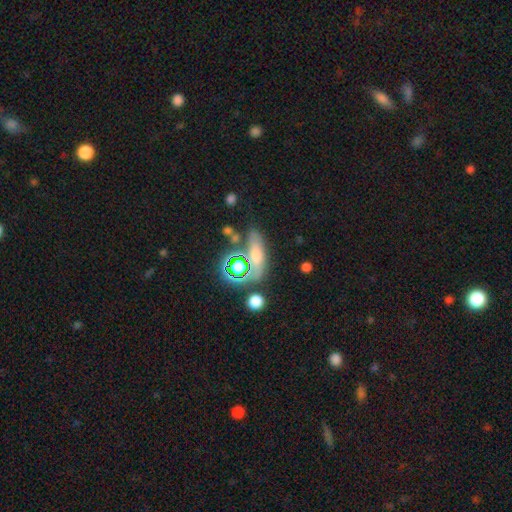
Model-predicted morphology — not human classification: smooth_or_featured: smooth (p=0.48) [alt: star or artifact p=0.28]
merging: none (p=0.65) [alt: merger p=0.15]